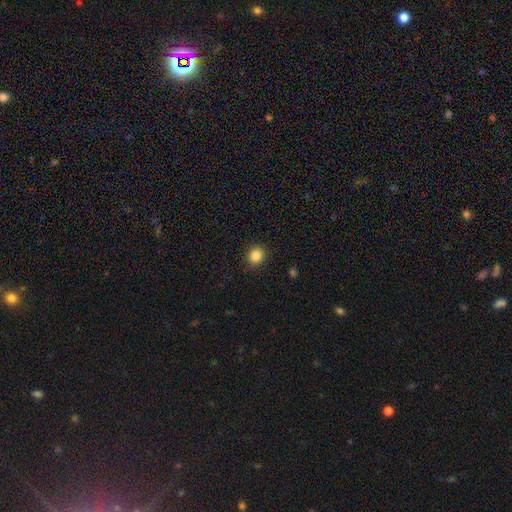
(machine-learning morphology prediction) smooth_or_featured: smooth (p=0.85) [alt: star or artifact p=0.11]
how_rounded: round (p=0.88) [alt: in between p=0.11]
merging: none (p=0.90) [alt: minor disturbance p=0.07]